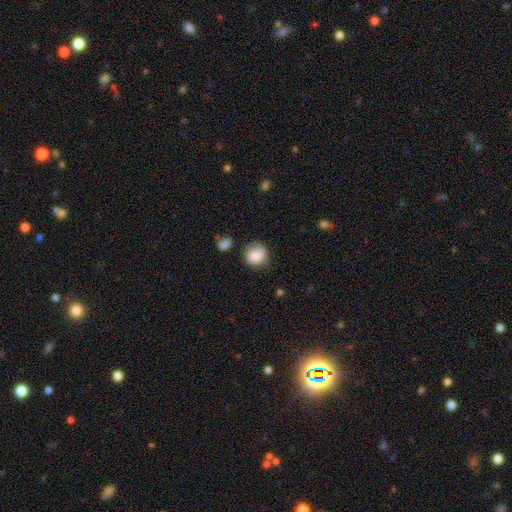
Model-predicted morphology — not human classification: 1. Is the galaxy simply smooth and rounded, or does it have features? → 82% smooth, 10% featured or disk, 8% star or artifact.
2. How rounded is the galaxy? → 84% round, 15% in between, 1% cigar-shaped.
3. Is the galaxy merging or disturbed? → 68% none, 24% minor disturbance, 6% major disturbance, 3% merger.